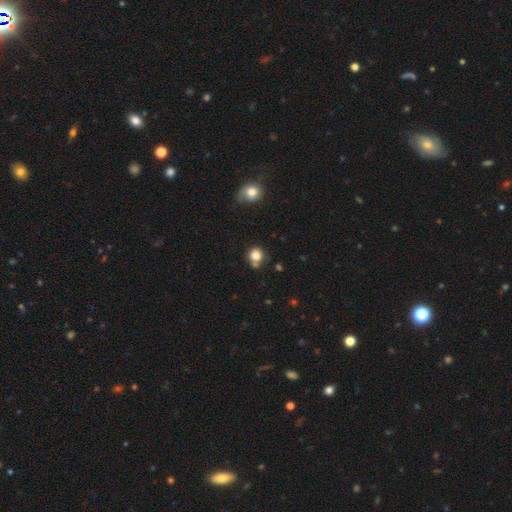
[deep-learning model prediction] Smooth or featured? Predicted: smooth (p=0.82). How rounded? Predicted: round (p=0.83). Merging? Predicted: none (p=0.63).